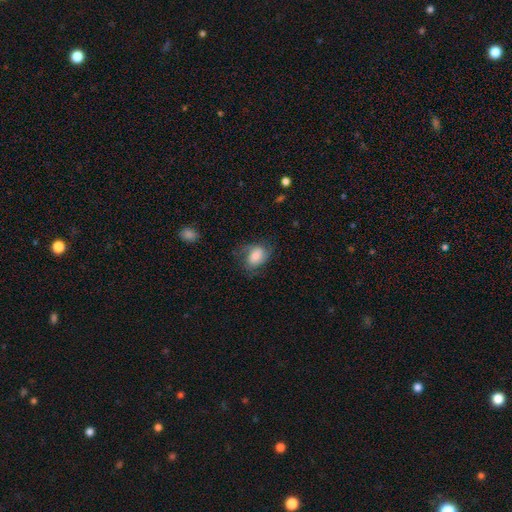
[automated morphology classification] Overall: smooth (55%; featured or disk 36%). How rounded: in between (75%). Merging: none (56%; minor disturbance 26%).